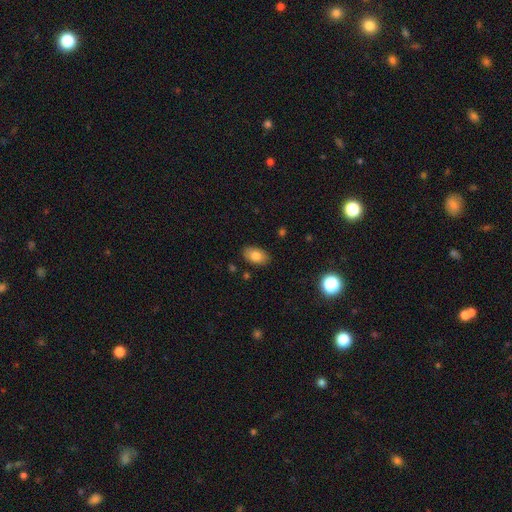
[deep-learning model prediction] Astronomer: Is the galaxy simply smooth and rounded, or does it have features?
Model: smooth — 80%.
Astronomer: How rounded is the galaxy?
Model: in between — 91%.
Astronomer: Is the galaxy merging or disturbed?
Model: none — 86%.